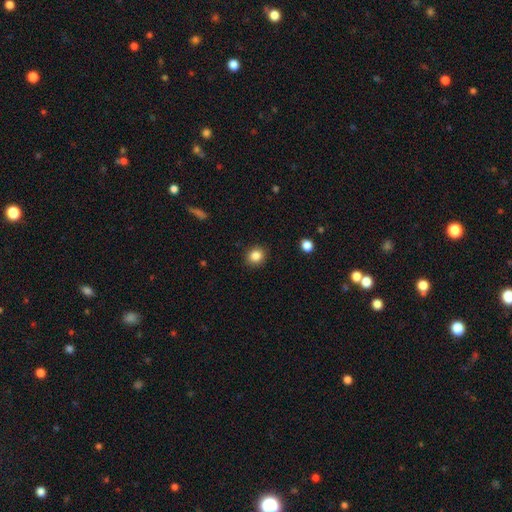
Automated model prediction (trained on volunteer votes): smooth-or-featured: smooth: 85% | star or artifact: 10% | featured or disk: 5%
  how-rounded: round: 78% | in between: 21% | cigar-shaped: 1%
  merging: none: 90% | minor disturbance: 7% | major disturbance: 2% | merger: 1%